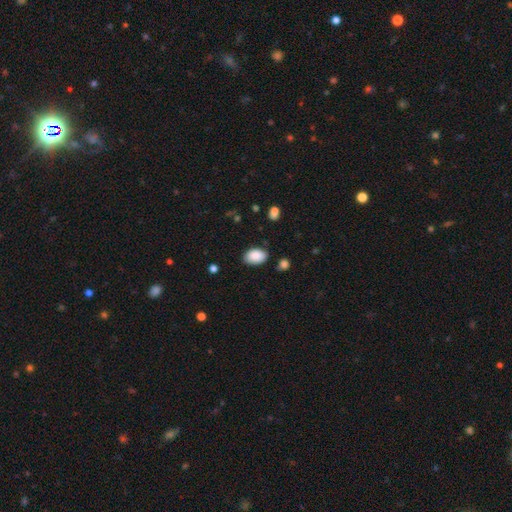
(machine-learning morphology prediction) Overall: smooth (89%). How rounded: in between (91%). Merging: none (79%).